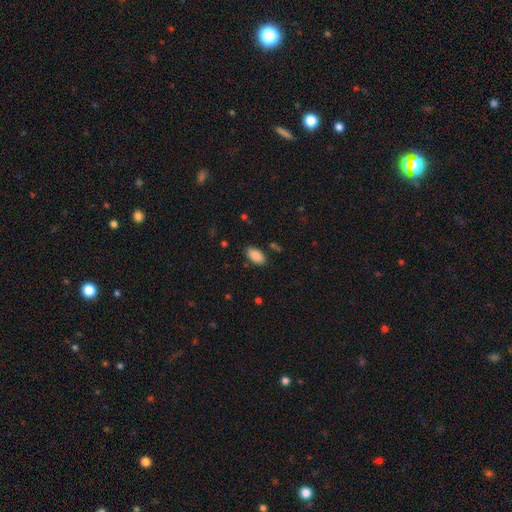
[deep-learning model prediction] Overall: smooth (88%). How rounded: in between (94%). Merging: none (84%).